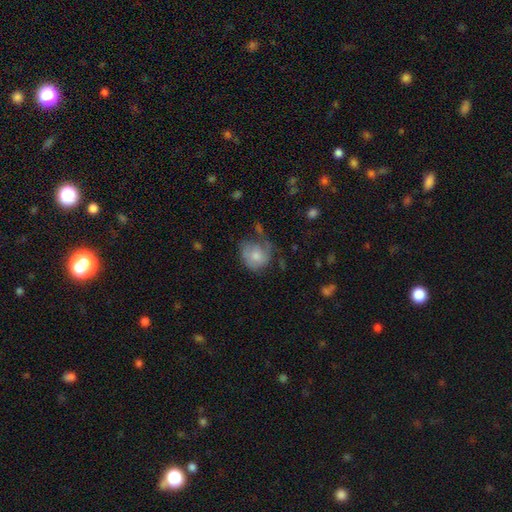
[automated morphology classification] Smooth or featured?
  - smooth: 61% *
  - featured or disk: 32%
  - star or artifact: 7%
How rounded?
  - round: 70% *
  - in between: 29%
  - cigar-shaped: 1%
Merging?
  - none: 40% *
  - minor disturbance: 30%
  - major disturbance: 26%
  - merger: 4%